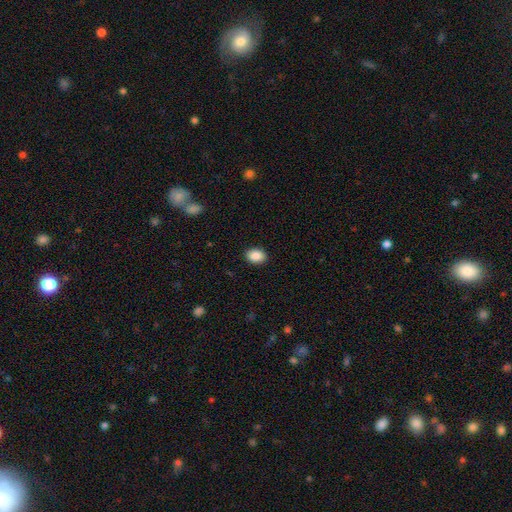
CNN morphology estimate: The model was most divided on "how rounded": in between: 75%, round: 24%, cigar-shaped: 1%. More confident: merging — none (90%); smooth or featured — smooth (90%).